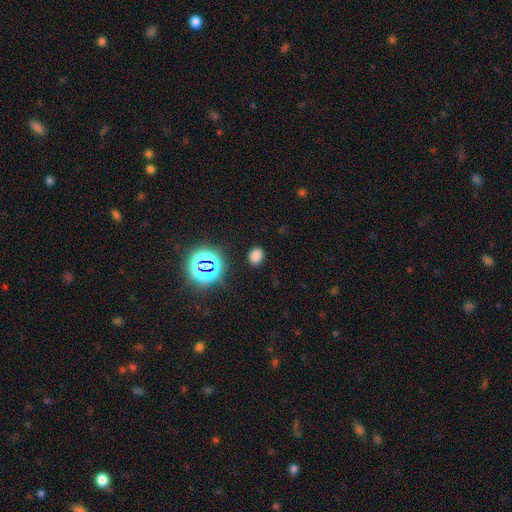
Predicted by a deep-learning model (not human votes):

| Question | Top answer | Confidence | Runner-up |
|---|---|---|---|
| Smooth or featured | smooth | 70% | star or artifact (25%) |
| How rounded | in between | 58% | round (41%) |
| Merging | none | 84% | minor disturbance (10%) |